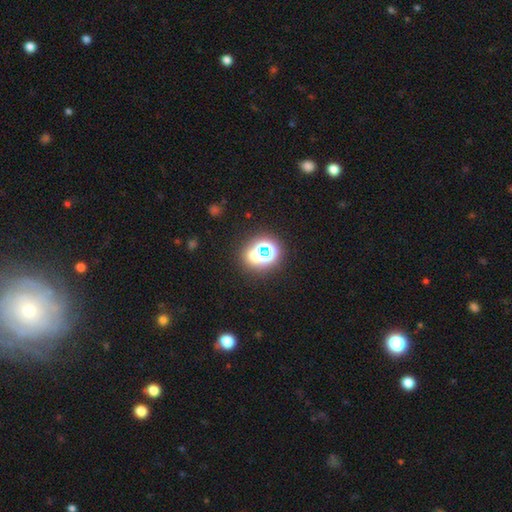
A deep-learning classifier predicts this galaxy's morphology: This appears to be a star or artifact, not a galaxy (53%).